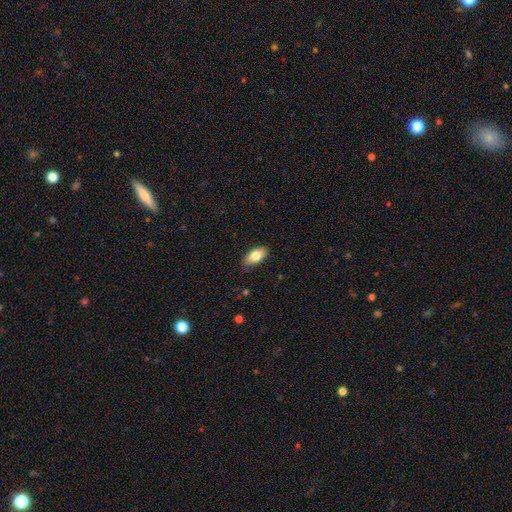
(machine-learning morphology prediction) type=smooth (79%); roundness=in between (91%); merging=none (82%).